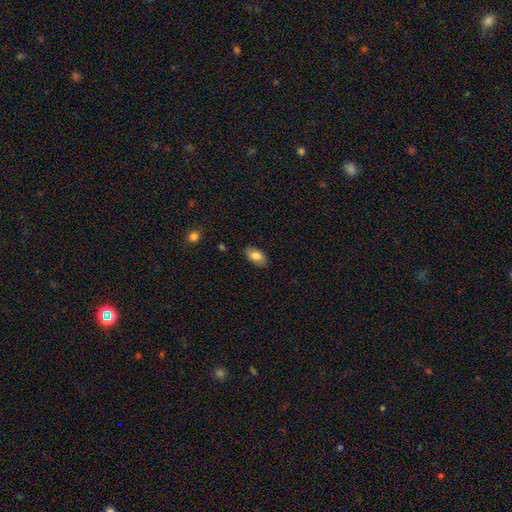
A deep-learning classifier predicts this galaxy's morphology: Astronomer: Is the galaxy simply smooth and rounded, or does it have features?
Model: smooth — 81%.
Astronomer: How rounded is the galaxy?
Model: in between — 93%.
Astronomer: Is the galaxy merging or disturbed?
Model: none — 83%.